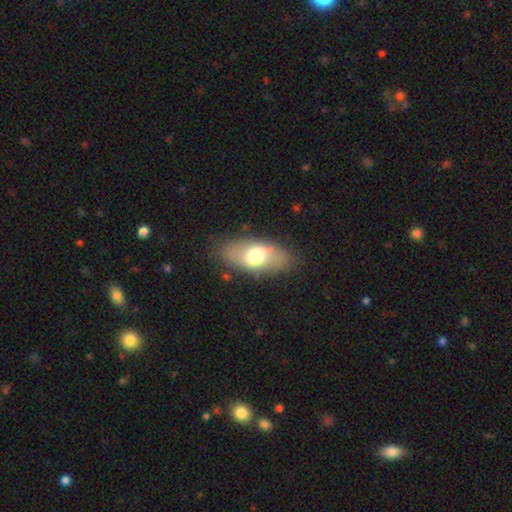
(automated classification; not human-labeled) Smooth or featured? smooth (63%)
How rounded? in between (89%)
Merging? none (79%)